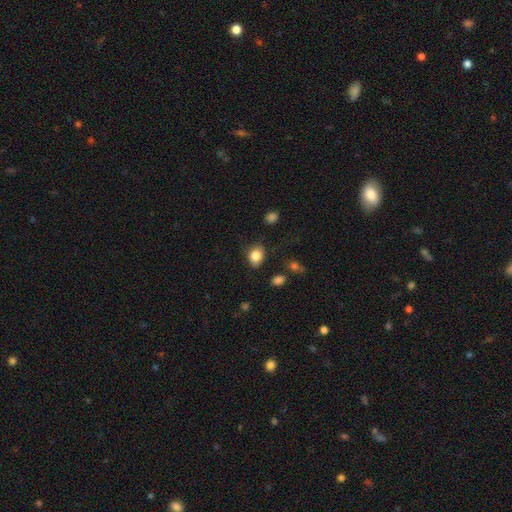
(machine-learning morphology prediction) Overall: smooth (84%). How rounded: in between (64%; round 35%). Merging: none (76%).